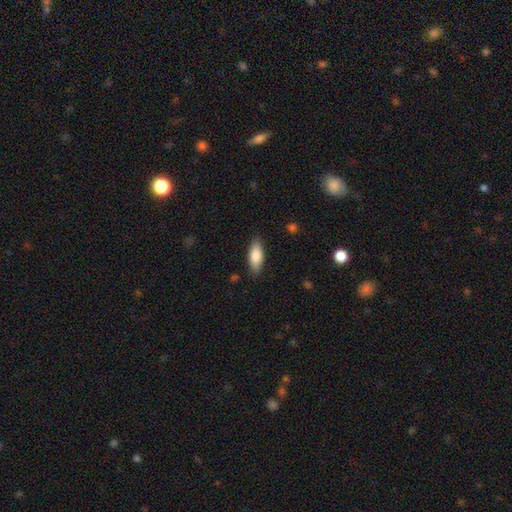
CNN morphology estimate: This appears to be a smooth galaxy with no disk features (80%) that is in between round and cigar-shaped (75%). Merging: none (85%).